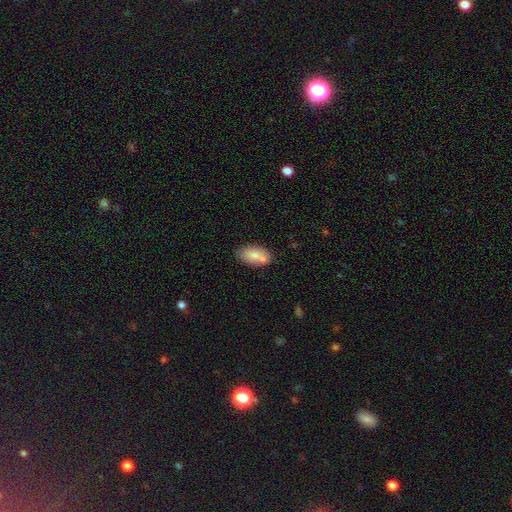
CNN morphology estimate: A smooth galaxy with no disk features (76%) that is in between round and cigar-shaped (91%).

Vote fractions:
- Smooth or featured? smooth: 76% / featured or disk: 17% / star or artifact: 7%
- How rounded? in between: 91% / round: 5% / cigar-shaped: 4%
- Merging? none: 62% / merger: 17% / minor disturbance: 17% / major disturbance: 4%